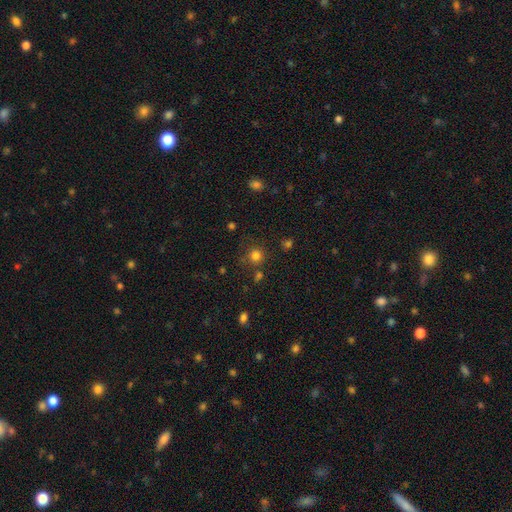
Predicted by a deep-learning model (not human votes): This is likely a smooth galaxy (78%). How rounded: clearly round (91%). Merging: likely none (75%).